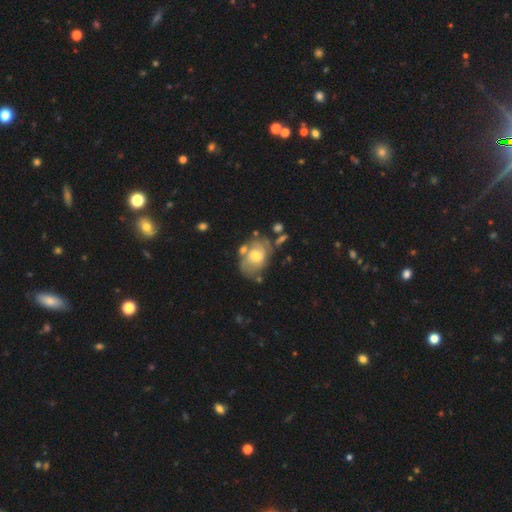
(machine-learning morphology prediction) type=featured or disk (61%); edge-on=no (96%); bar=no (68%); spiral arms=yes (72%); bulge=moderate (62%); merging=none (52%).